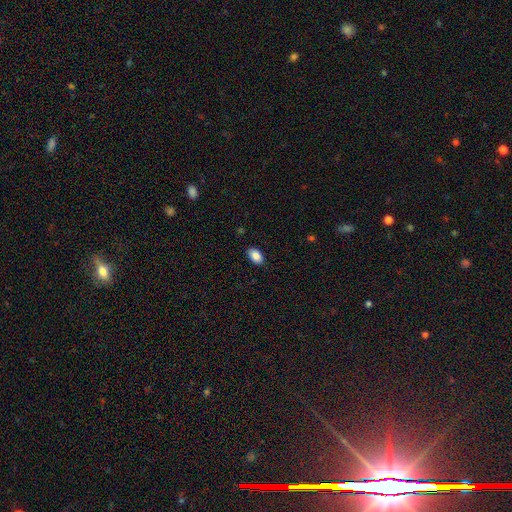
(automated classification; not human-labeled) smooth 87%, star or artifact 7%, featured or disk 5%. Down the decision tree: how rounded — in between (92%); merging — none (88%).